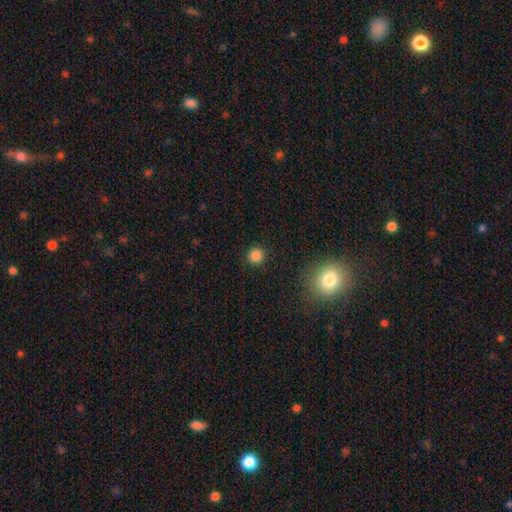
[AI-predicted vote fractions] Overall: smooth (84%). How rounded: round (93%). Merging: none (90%).